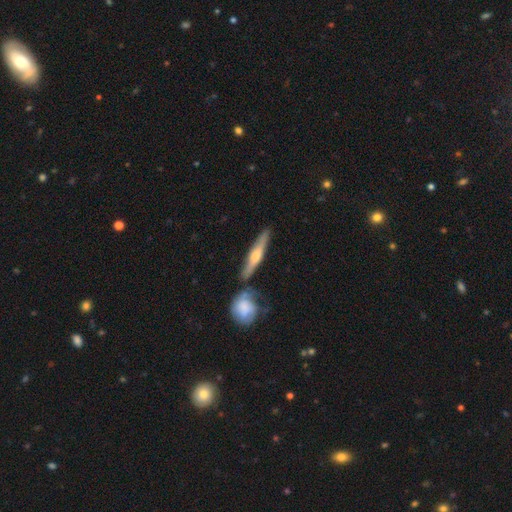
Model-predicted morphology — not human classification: Q: Smooth or featured?
A: featured or disk (57%); runner-up: smooth (37%)
Q: Edge-on disk?
A: yes (93%); runner-up: no (7%)
Q: Edge-on bulge?
A: rounded (85%); runner-up: none (9%)
Q: Merging?
A: none (73%); runner-up: merger (12%)